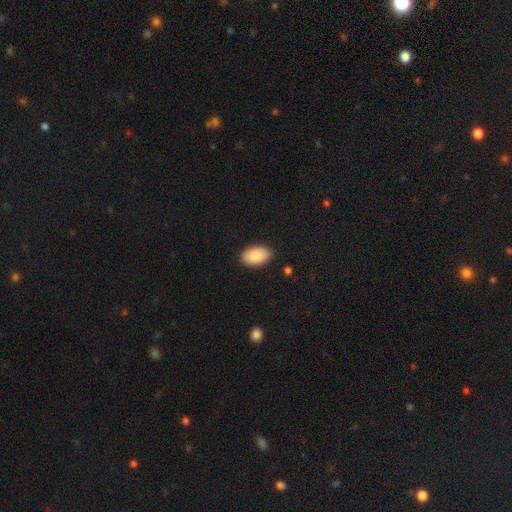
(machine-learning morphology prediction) This is clearly a smooth galaxy (89%). How rounded: clearly in between (94%). Merging: clearly none (88%).